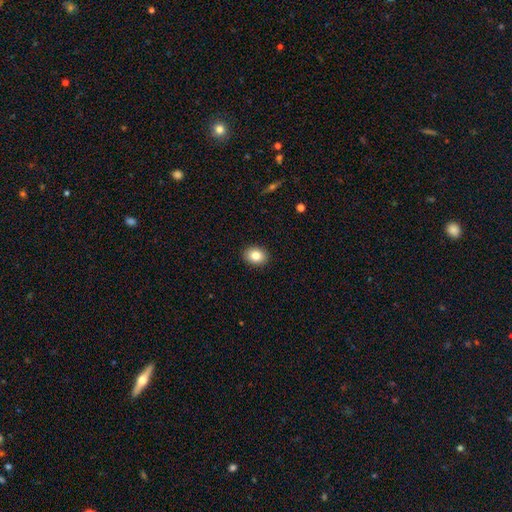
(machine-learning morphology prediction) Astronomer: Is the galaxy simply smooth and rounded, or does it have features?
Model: smooth — 84%.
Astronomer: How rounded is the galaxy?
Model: in between — 57% (runner-up: round, 42%).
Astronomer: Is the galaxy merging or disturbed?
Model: none — 91%.